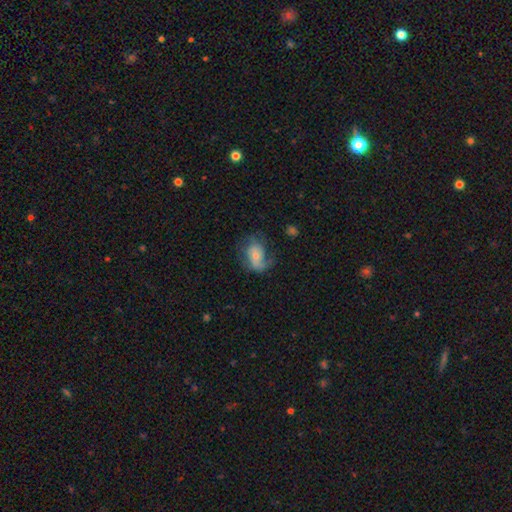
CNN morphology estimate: A featured or disk galaxy (50%).

Vote fractions:
- Smooth or featured? featured or disk: 50% / smooth: 42% / star or artifact: 8%
- Merging? none: 43% / major disturbance: 29% / minor disturbance: 26% / merger: 2%